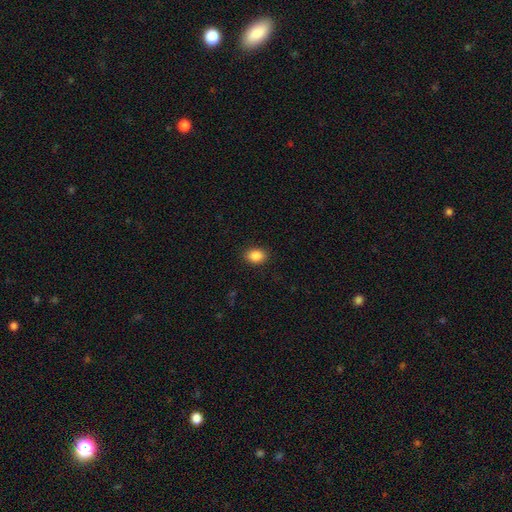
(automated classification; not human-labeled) smooth-or-featured: smooth: 88% | star or artifact: 9% | featured or disk: 4%
  how-rounded: in between: 68% | round: 31% | cigar-shaped: 1%
  merging: none: 89% | minor disturbance: 8% | major disturbance: 2% | merger: 1%